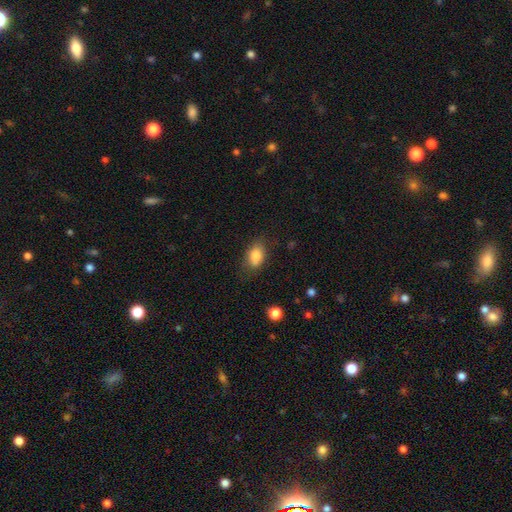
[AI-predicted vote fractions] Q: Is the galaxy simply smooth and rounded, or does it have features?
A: smooth — 82%.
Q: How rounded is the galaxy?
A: in between — 83%.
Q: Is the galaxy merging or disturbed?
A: none — 72%.